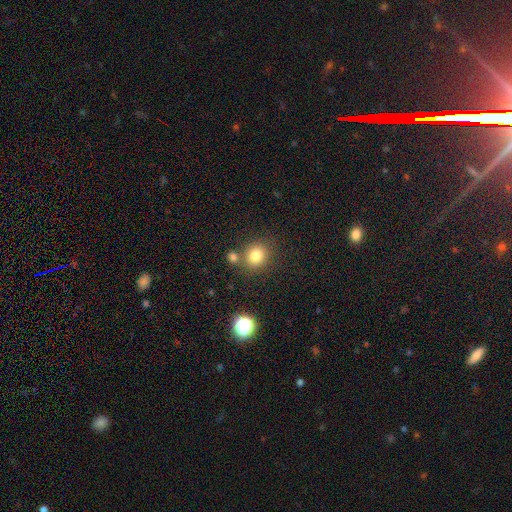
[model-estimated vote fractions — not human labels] Smooth or featured? smooth (80%)
How rounded? round (82%)
Merging? none (72%)